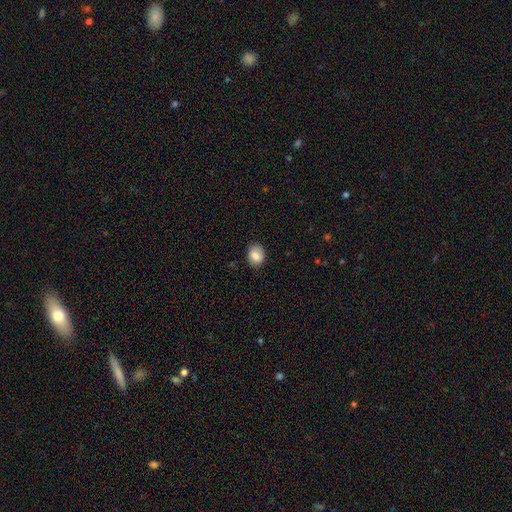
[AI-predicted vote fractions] smooth-or-featured: smooth: 84% | star or artifact: 8% | featured or disk: 7%
  how-rounded: in between: 54% | round: 45% | cigar-shaped: 1%
  merging: none: 82% | minor disturbance: 14% | major disturbance: 3% | merger: 1%